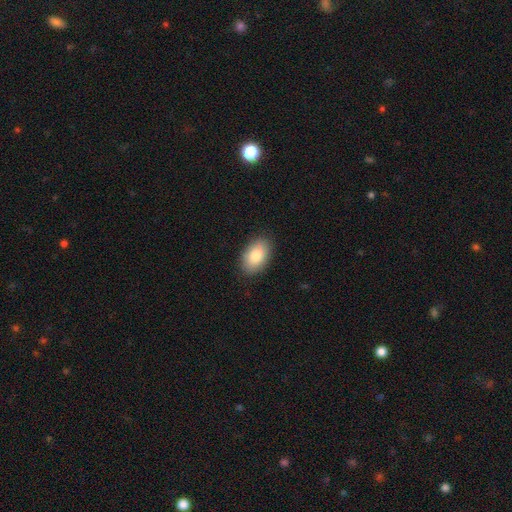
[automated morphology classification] Smooth or featured? smooth (83%)
How rounded? in between (92%)
Merging? none (87%)